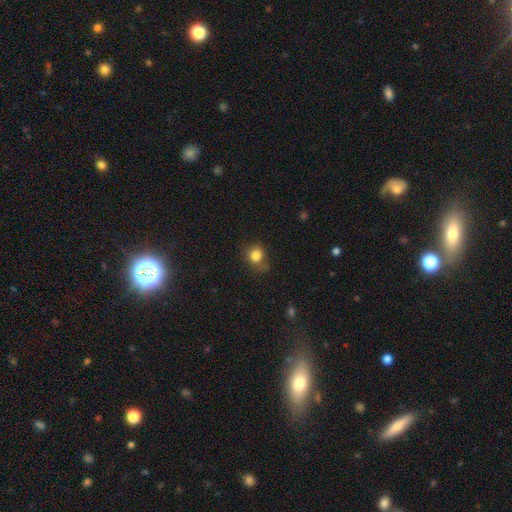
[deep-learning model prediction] Overall: smooth (81%). How rounded: round (74%). Merging: none (63%; minor disturbance 26%).